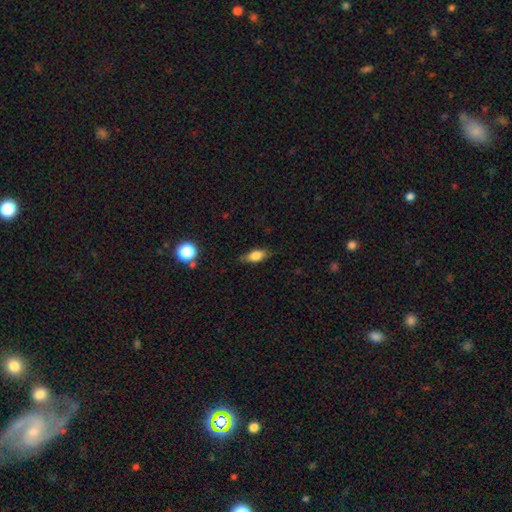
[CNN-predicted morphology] smooth-or-featured: smooth: 76% | featured or disk: 16% | star or artifact: 9%
  how-rounded: in between: 81% | cigar-shaped: 13% | round: 7%
  merging: none: 74% | minor disturbance: 21% | major disturbance: 4% | merger: 1%